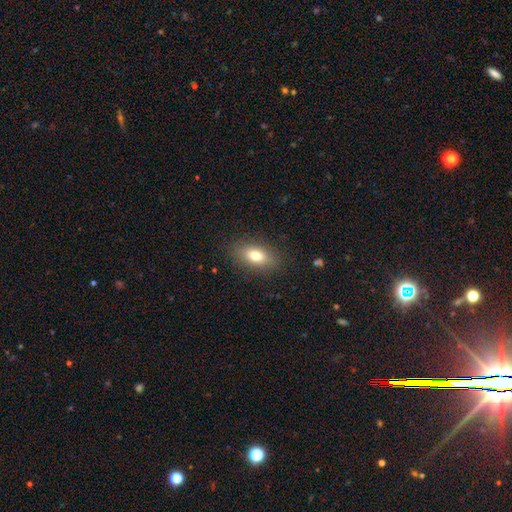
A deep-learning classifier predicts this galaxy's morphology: Smooth or featured? Predicted: smooth (p=0.76). How rounded? Predicted: in between (p=0.84). Merging? Predicted: none (p=0.86).